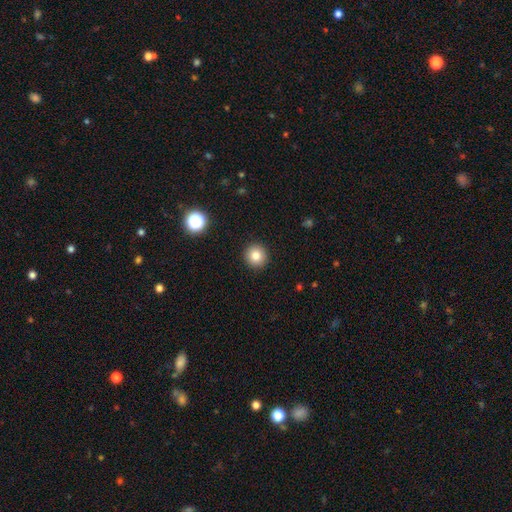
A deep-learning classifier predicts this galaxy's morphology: Smooth or featured?
  - smooth: 81% *
  - star or artifact: 12%
  - featured or disk: 7%
How rounded?
  - round: 94% *
  - in between: 5%
  - cigar-shaped: 1%
Merging?
  - none: 93% *
  - minor disturbance: 5%
  - major disturbance: 2%
  - merger: 1%